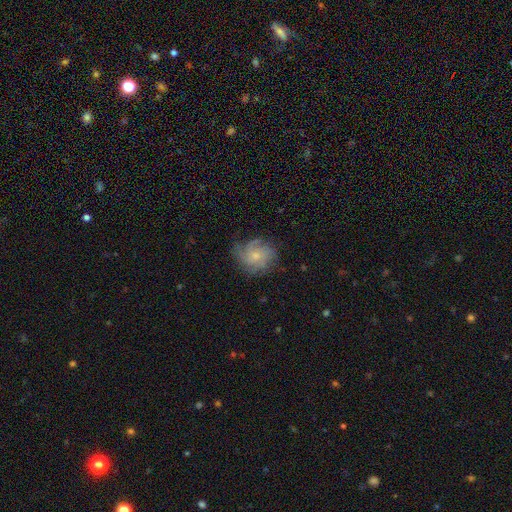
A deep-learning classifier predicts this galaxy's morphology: A featured or disk galaxy (61%) with no bar (82%), tight (49%) spiral arms (88%) and a small central bulge (67%).

Vote fractions:
- Smooth or featured? featured or disk: 61% / smooth: 30% / star or artifact: 9%
- Edge-on disk? no: 97% / yes: 3%
- Bar? no: 82% / weak: 16% / strong: 2%
- Spiral arms? yes: 88% / no: 12%
- Spiral winding? tight: 49% / medium: 36% / loose: 16%
- Spiral arm count? can't tell: 37% / 3: 20% / 4: 18% / 2: 11% / more than 4: 7% / 1: 7%
- Bulge size? small: 67% / moderate: 27% / none: 3% / large: 2% / dominant: 1%
- Merging? none: 65% / minor disturbance: 23% / major disturbance: 11% / merger: 1%